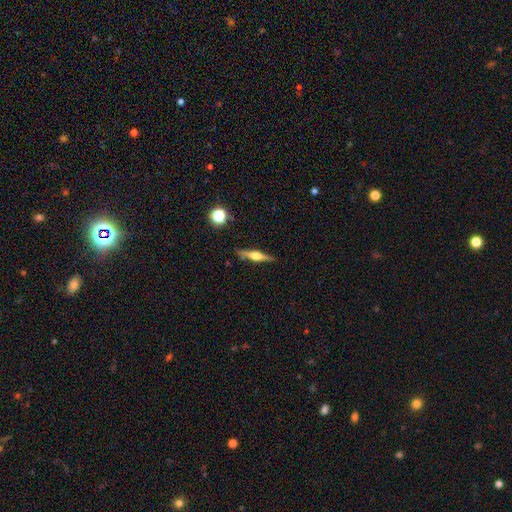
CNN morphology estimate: Smooth or featured? featured or disk (67%)
Edge-on disk? yes (97%)
Edge-on bulge? rounded (90%)
Merging? none (87%)